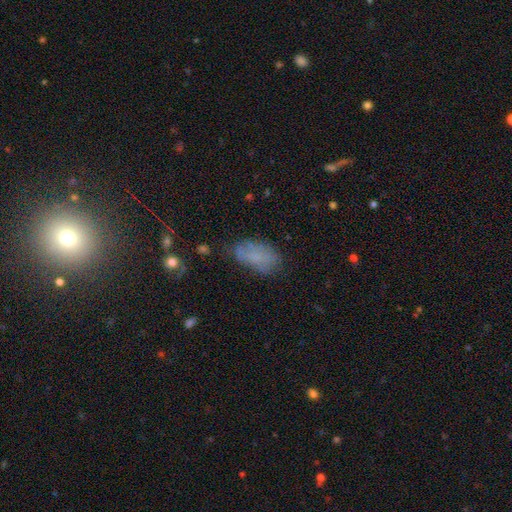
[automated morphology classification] smooth_or_featured: smooth (p=0.68) [alt: featured or disk p=0.19]
how_rounded: in between (p=0.91) [alt: round p=0.05]
merging: none (p=0.57) [alt: minor disturbance p=0.27]